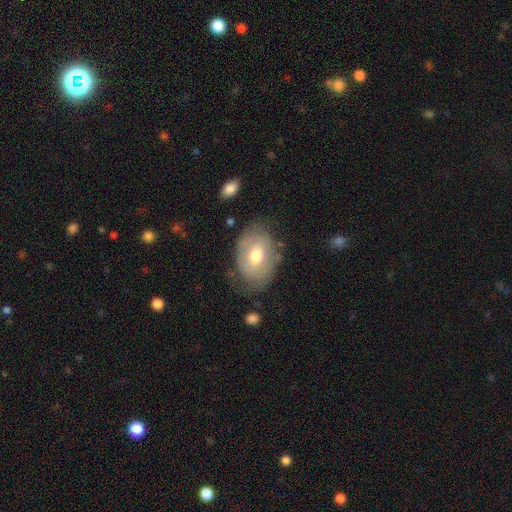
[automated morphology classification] Q: Smooth or featured?
A: smooth (49%); runner-up: featured or disk (44%)
Q: Merging?
A: none (64%); runner-up: minor disturbance (24%)